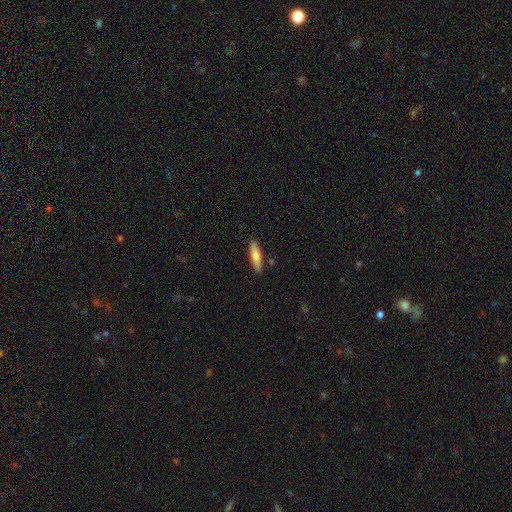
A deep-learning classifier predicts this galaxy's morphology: Overall: smooth (72%). How rounded: cigar-shaped (73%). Merging: none (87%).